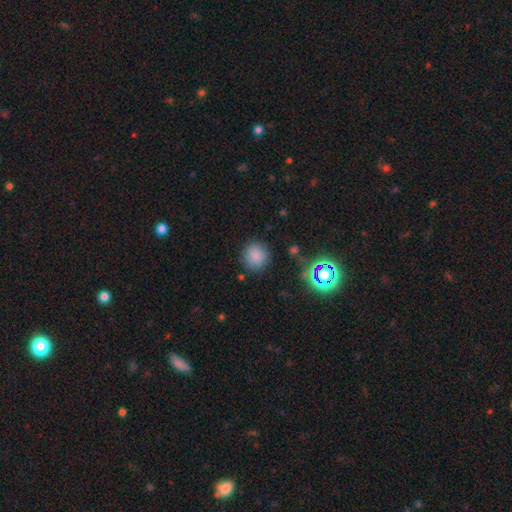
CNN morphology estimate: Smooth or featured?
  - smooth: 82% *
  - star or artifact: 14%
  - featured or disk: 5%
How rounded?
  - round: 92% *
  - in between: 7%
  - cigar-shaped: 1%
Merging?
  - none: 87% *
  - minor disturbance: 8%
  - major disturbance: 3%
  - merger: 2%